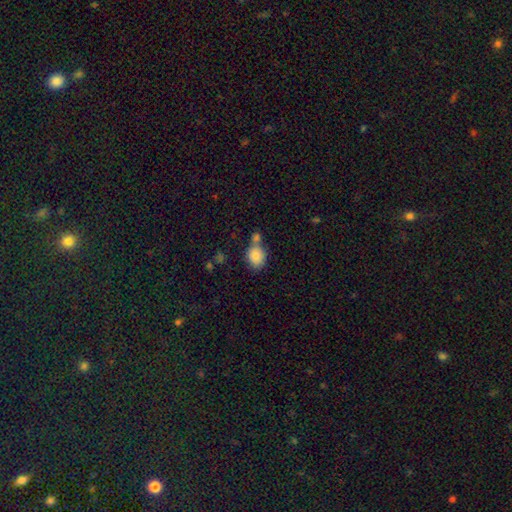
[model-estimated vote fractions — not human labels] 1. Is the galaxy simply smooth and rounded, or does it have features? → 83% smooth, 9% star or artifact, 8% featured or disk.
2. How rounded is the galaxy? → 50% in between, 49% round, 1% cigar-shaped.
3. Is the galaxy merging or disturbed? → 51% none, 32% merger, 13% minor disturbance, 4% major disturbance.